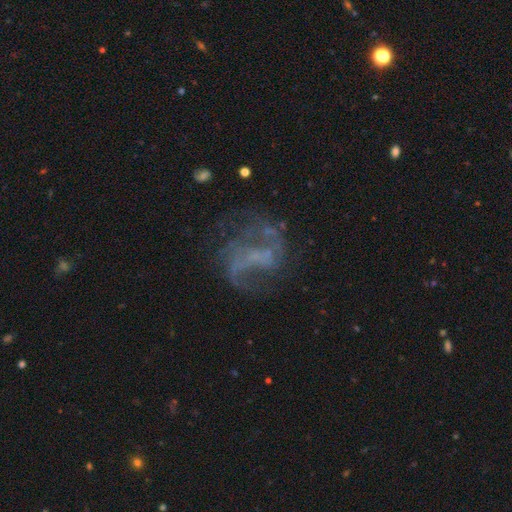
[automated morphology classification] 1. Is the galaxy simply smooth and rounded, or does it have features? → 72% featured or disk, 15% star or artifact, 12% smooth.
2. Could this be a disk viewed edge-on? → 98% no, 2% yes.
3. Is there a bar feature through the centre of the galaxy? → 47% no, 36% weak, 18% strong.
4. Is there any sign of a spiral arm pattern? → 73% yes, 27% no.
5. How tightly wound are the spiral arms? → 56% loose, 33% medium, 11% tight.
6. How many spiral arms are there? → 67% 2, 14% can't tell, 9% 1, 5% 3, 2% 4, 2% more than 4.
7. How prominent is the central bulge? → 64% none, 25% small, 8% moderate, 2% large, 1% dominant.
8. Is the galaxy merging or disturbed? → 54% none, 25% major disturbance, 17% minor disturbance, 4% merger.